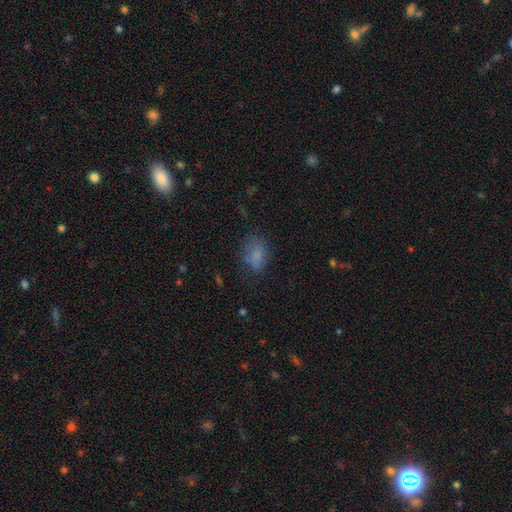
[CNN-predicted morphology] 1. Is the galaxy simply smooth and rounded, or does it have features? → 72% smooth, 14% featured or disk, 13% star or artifact.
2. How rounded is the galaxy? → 75% in between, 23% round, 2% cigar-shaped.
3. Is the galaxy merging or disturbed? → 59% none, 23% minor disturbance, 12% major disturbance, 5% merger.